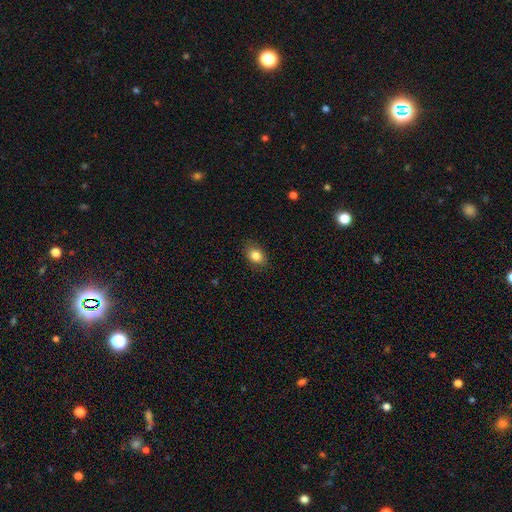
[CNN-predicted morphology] A smooth galaxy with no disk features (84%) that is in between round and cigar-shaped (73%). Merging: none (85%).